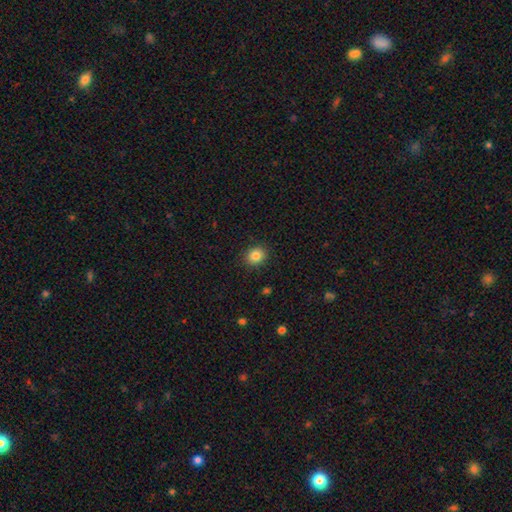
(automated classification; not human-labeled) A smooth galaxy with no disk features (85%) that is round (68%).

Vote fractions:
- Smooth or featured? smooth: 85% / star or artifact: 10% / featured or disk: 5%
- How rounded? round: 68% / in between: 31% / cigar-shaped: 1%
- Merging? none: 89% / minor disturbance: 8% / major disturbance: 2% / merger: 1%